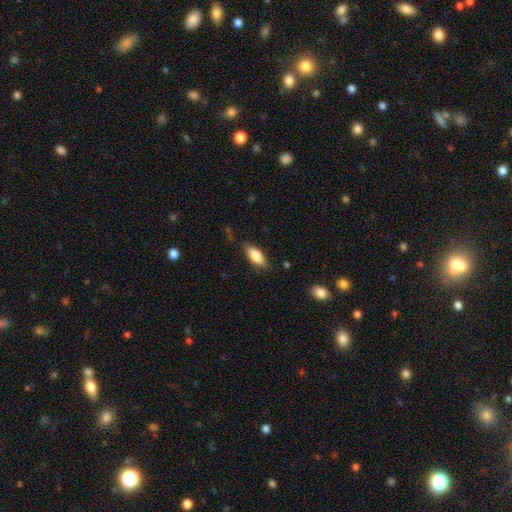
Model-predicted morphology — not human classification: A smooth galaxy with no disk features (84%) that is in between round and cigar-shaped (84%). Merging: none (78%).